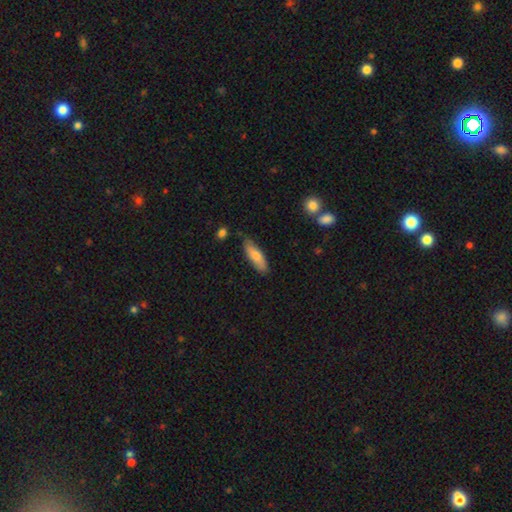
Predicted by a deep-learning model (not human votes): This appears to be a smooth galaxy with no disk features (75%) that is cigar-shaped (52%). Merging: none (80%).